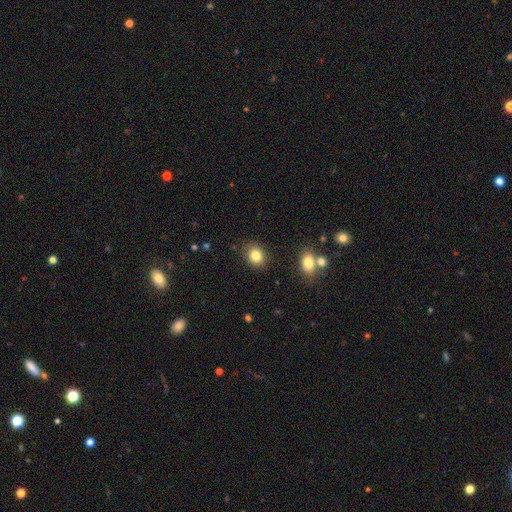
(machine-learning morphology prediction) Q: Smooth or featured?
A: smooth (83%); runner-up: star or artifact (10%)
Q: How rounded?
A: round (60%); runner-up: in between (39%)
Q: Merging?
A: none (85%); runner-up: minor disturbance (9%)